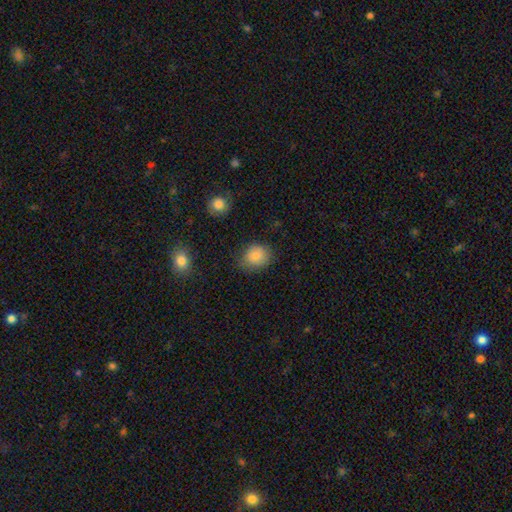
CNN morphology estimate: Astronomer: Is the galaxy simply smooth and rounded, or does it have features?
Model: smooth — 85%.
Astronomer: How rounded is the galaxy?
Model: round — 69%.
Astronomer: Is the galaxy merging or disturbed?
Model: none — 73%.